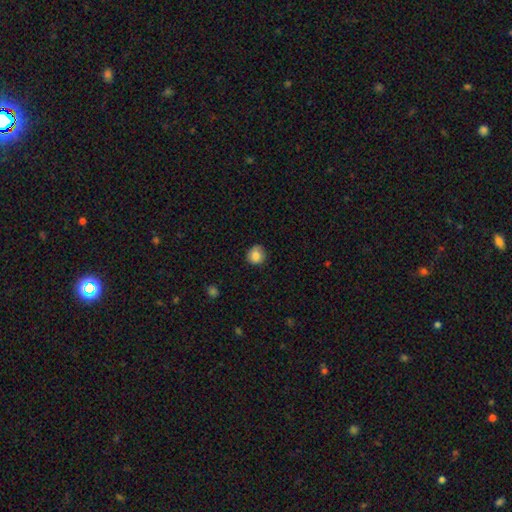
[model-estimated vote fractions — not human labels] smooth-or-featured: smooth: 84% | star or artifact: 9% | featured or disk: 7%
  how-rounded: round: 87% | in between: 12% | cigar-shaped: 1%
  merging: none: 78% | minor disturbance: 17% | major disturbance: 3% | merger: 1%